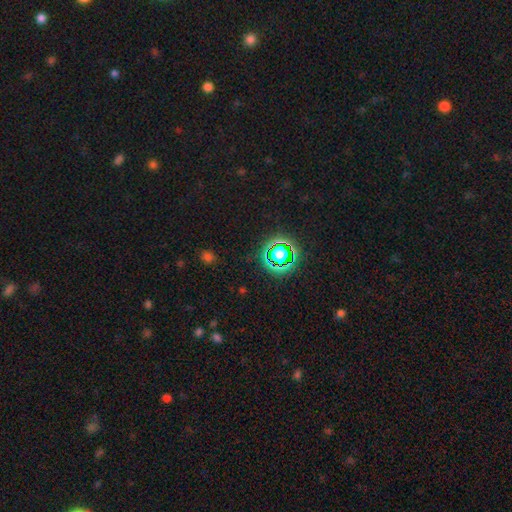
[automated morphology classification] The model was most divided on "smooth or featured": star or artifact: 76%, smooth: 16%, featured or disk: 8%.